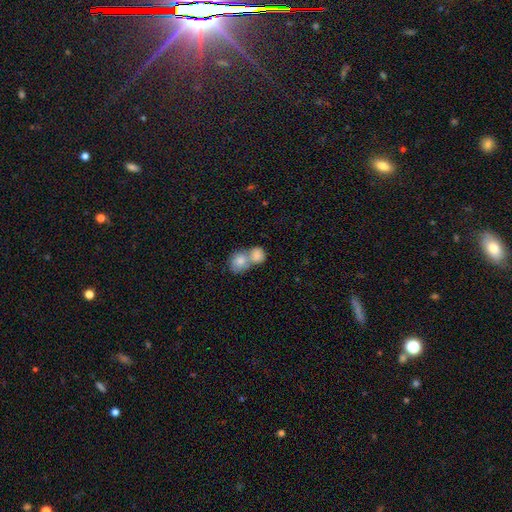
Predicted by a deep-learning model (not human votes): Smooth or featured? smooth (81%)
How rounded? round (66%)
Merging? merger (71%)